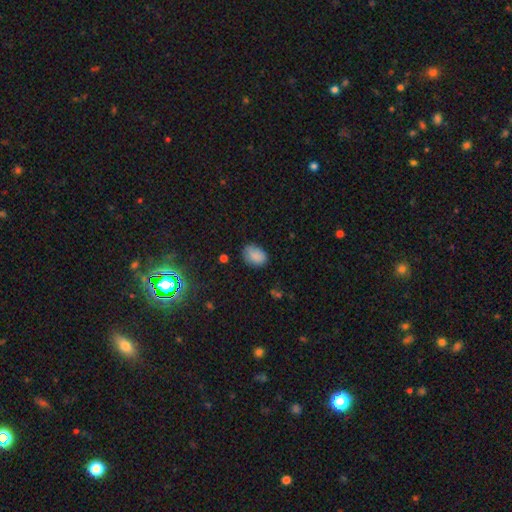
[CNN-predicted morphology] A smooth galaxy with no disk features (85%) that is in between round and cigar-shaped (78%). Merging: none (70%).